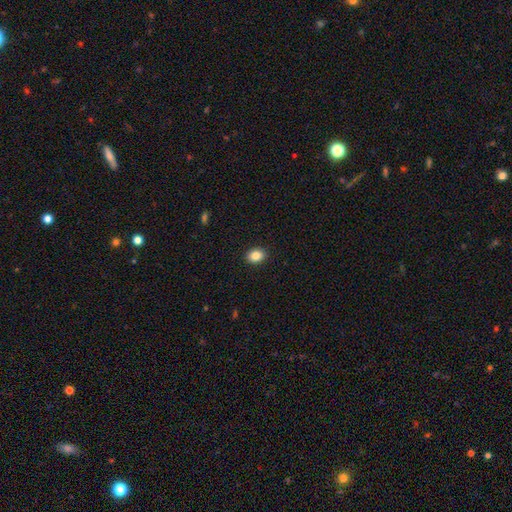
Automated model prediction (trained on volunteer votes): Q: Smooth or featured?
A: smooth (86%); runner-up: star or artifact (9%)
Q: How rounded?
A: in between (65%); runner-up: round (34%)
Q: Merging?
A: none (90%); runner-up: minor disturbance (7%)